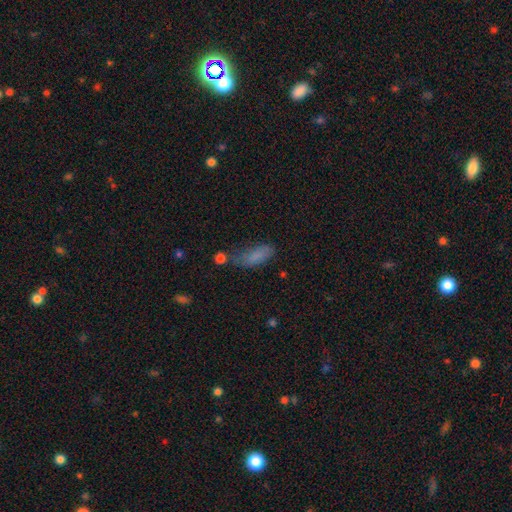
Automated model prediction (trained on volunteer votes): A smooth galaxy with no disk features (79%) that is in between round and cigar-shaped (73%). Merging: none (43%).